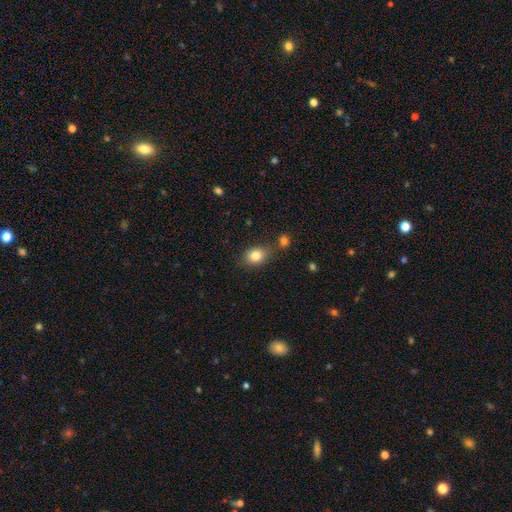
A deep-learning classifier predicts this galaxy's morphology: Smooth or featured: smooth — 83% (star or artifact — 10%)
How rounded: in between — 59% (round — 40%)
Merging: none — 67% (minor disturbance — 17%)